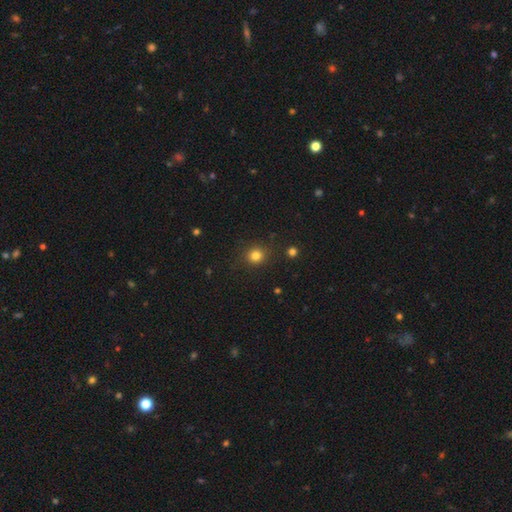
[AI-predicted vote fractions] smooth-or-featured: smooth: 81% | star or artifact: 14% | featured or disk: 5%
  how-rounded: round: 88% | in between: 11% | cigar-shaped: 1%
  merging: none: 89% | minor disturbance: 7% | major disturbance: 3% | merger: 2%